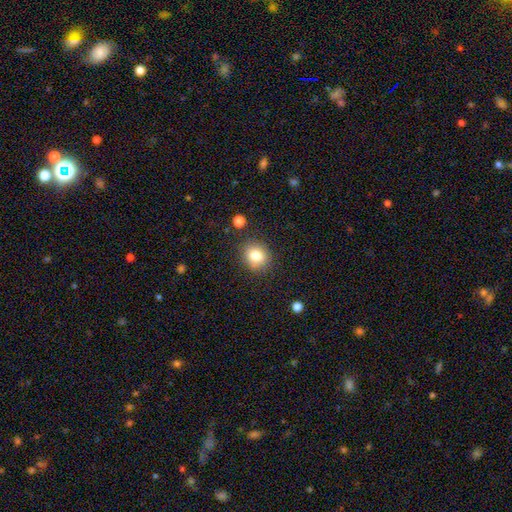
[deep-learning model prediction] smooth_or_featured: smooth (p=0.81) [alt: star or artifact p=0.11]
how_rounded: round (p=0.75) [alt: in between p=0.24]
merging: none (p=0.85) [alt: minor disturbance p=0.10]